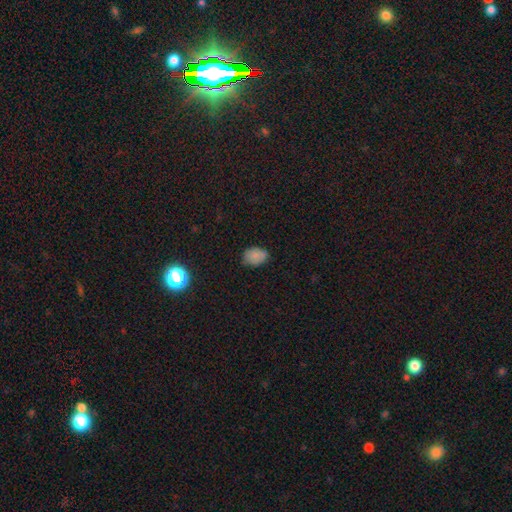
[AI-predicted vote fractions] Morphology: type=smooth (81%); roundness=in between (79%); merging=none (73%).